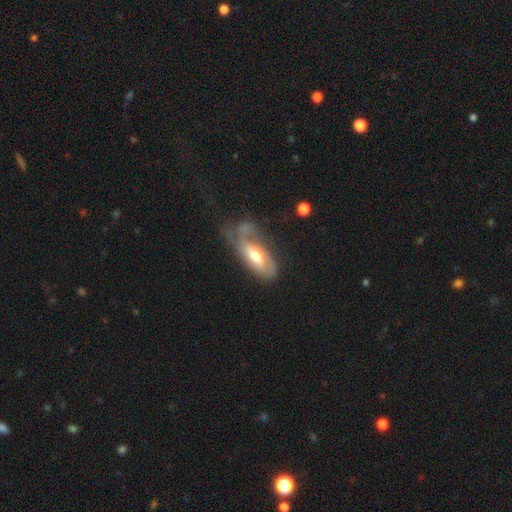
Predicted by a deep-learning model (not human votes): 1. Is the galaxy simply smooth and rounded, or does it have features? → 55% featured or disk, 39% smooth, 6% star or artifact.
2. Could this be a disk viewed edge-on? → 81% no, 19% yes.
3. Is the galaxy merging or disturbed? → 30% none, 29% major disturbance, 29% minor disturbance, 12% merger.